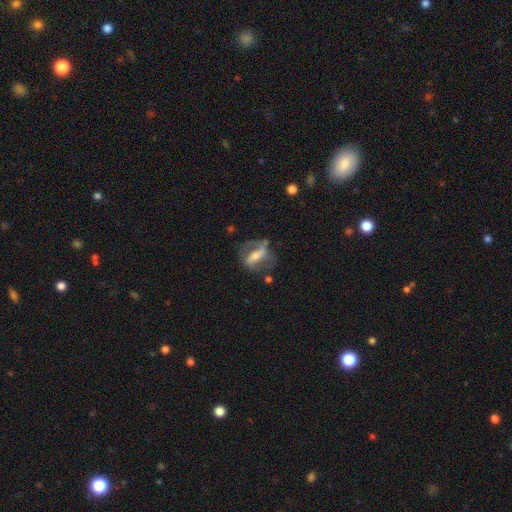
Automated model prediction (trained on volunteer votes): Smooth or featured: featured or disk — 70% (smooth — 22%)
Edge-on disk: no — 89% (yes — 11%)
Bar: strong — 53% (weak — 29%)
Spiral arms: yes — 72% (no — 28%)
Bulge size: moderate — 49% (small — 35%)
Merging: none — 56% (minor disturbance — 21%)